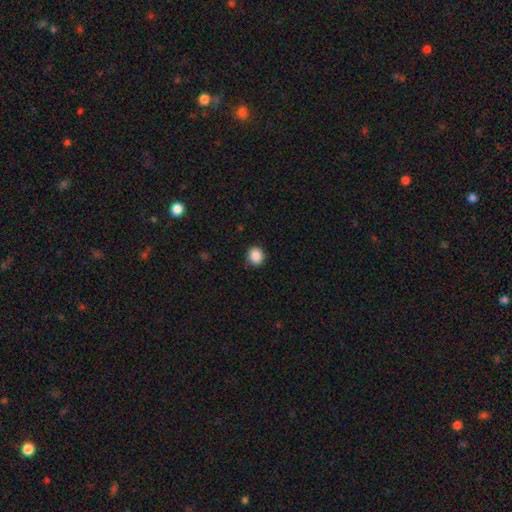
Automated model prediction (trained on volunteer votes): This is clearly a smooth galaxy (88%). How rounded: clearly round (80%). Merging: clearly none (88%).